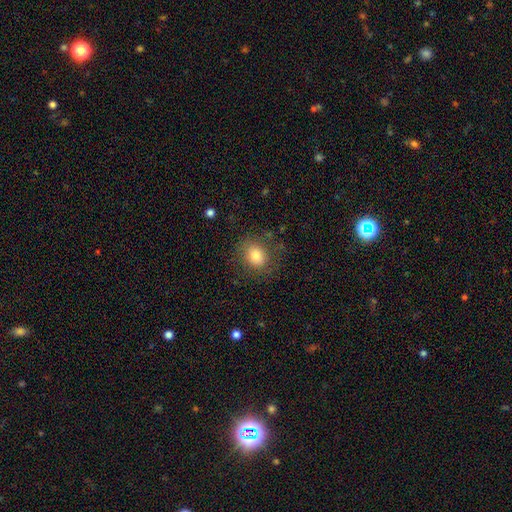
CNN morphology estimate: smooth_or_featured: smooth (p=0.79) [alt: featured or disk p=0.11]
how_rounded: round (p=0.59) [alt: in between p=0.40]
merging: none (p=0.77) [alt: minor disturbance p=0.15]